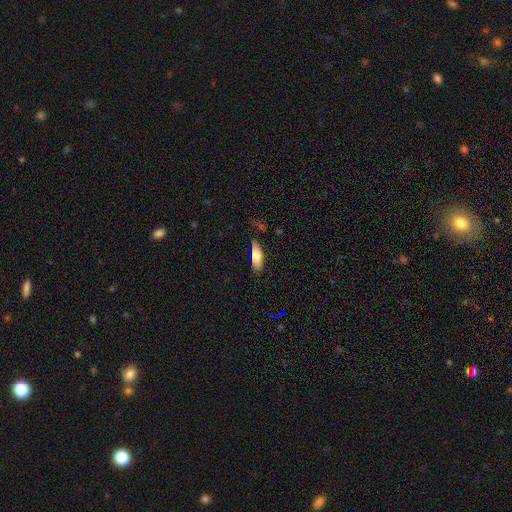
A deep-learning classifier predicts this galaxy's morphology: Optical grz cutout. It shows a smooth galaxy with no disk features (74%) that is in between round and cigar-shaped (68%). Merging: none (68%).